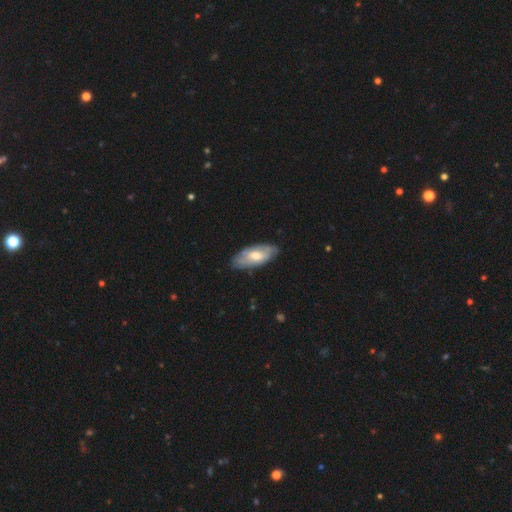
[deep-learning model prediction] smooth-or-featured: smooth: 51% | featured or disk: 44% | star or artifact: 5%
  how-rounded: in between: 87% | cigar-shaped: 11% | round: 2%
  merging: none: 78% | minor disturbance: 18% | major disturbance: 3% | merger: 1%